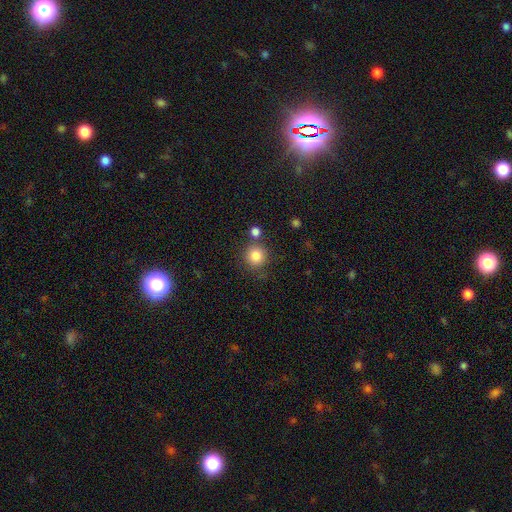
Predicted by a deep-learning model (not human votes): smooth 84%, star or artifact 10%, featured or disk 6%. Down the decision tree: how rounded — round (93%); merging — none (76%).